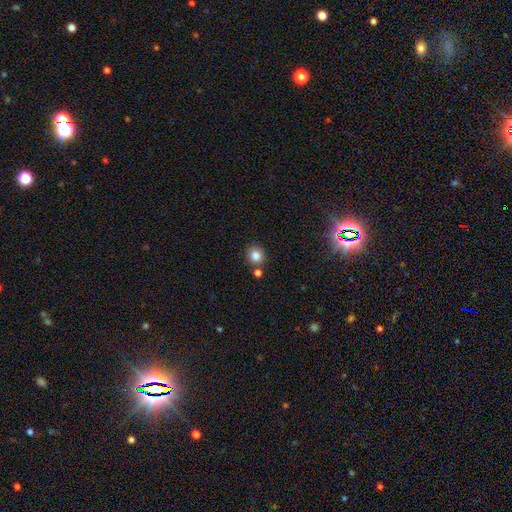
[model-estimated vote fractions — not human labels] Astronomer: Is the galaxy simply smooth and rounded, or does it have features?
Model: smooth — 83%.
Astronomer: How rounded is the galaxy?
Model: round — 87%.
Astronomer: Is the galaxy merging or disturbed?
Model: none — 79%.